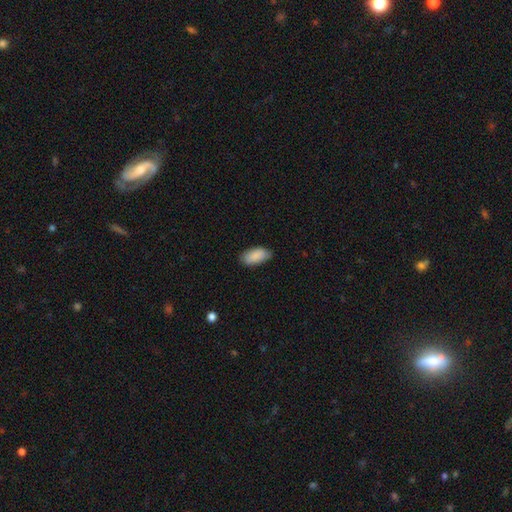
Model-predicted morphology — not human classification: Smooth or featured?
  - smooth: 89% *
  - star or artifact: 6%
  - featured or disk: 5%
How rounded?
  - in between: 93% *
  - cigar-shaped: 5%
  - round: 2%
Merging?
  - none: 77% *
  - minor disturbance: 19%
  - major disturbance: 3%
  - merger: 1%